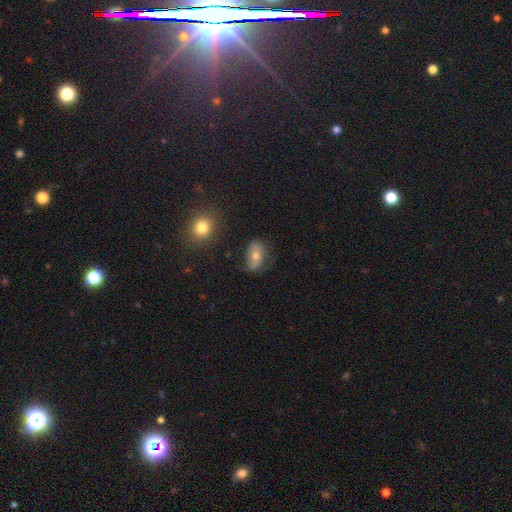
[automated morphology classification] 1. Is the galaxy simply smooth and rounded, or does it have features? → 55% smooth, 34% featured or disk, 11% star or artifact.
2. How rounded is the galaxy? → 81% in between, 16% round, 3% cigar-shaped.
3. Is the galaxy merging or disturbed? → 48% none, 31% minor disturbance, 18% major disturbance, 3% merger.